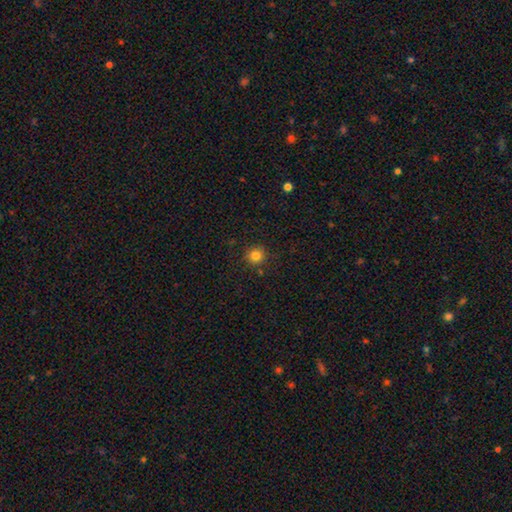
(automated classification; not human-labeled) This appears to be a smooth galaxy with no disk features (82%) that is round (94%). Merging: none (88%).